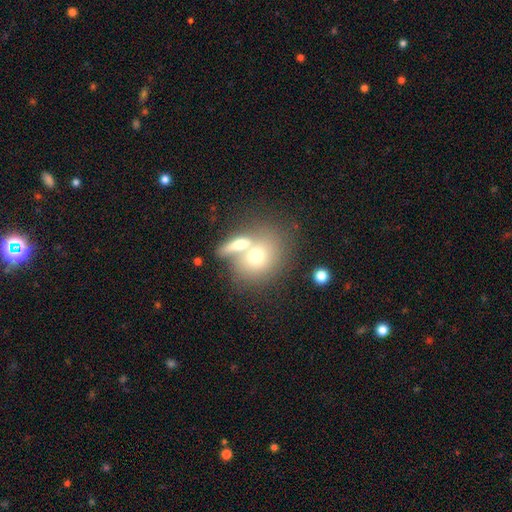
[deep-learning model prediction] Smooth or featured: smooth — 66% (featured or disk — 24%)
How rounded: round — 58% (in between — 39%)
Merging: merger — 49% (none — 37%)